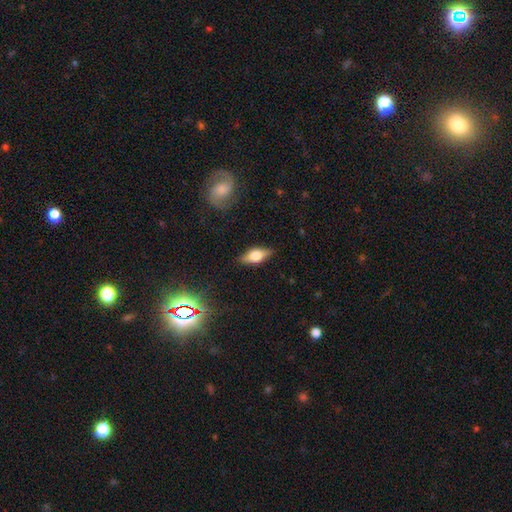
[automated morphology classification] smooth-or-featured: smooth: 47% | featured or disk: 45% | star or artifact: 8%
  merging: none: 85% | minor disturbance: 11% | major disturbance: 3% | merger: 1%